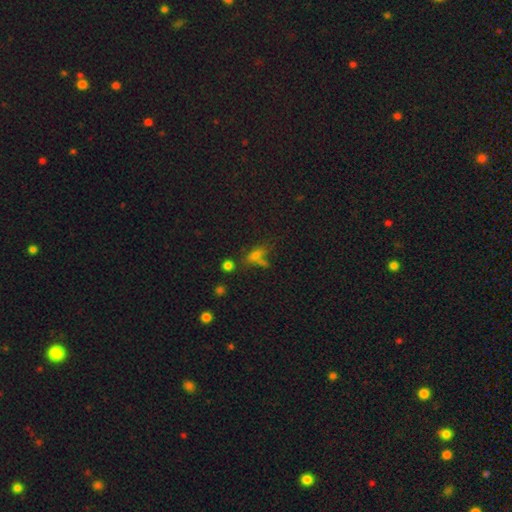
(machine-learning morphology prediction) Smooth or featured? smooth (58%)
How rounded? in between (56%)
Merging? none (47%)